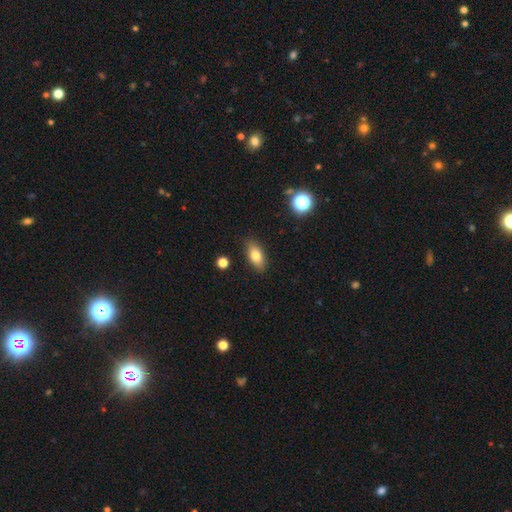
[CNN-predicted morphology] A smooth galaxy with no disk features (78%) that is in between round and cigar-shaped (84%). Merging: none (86%).